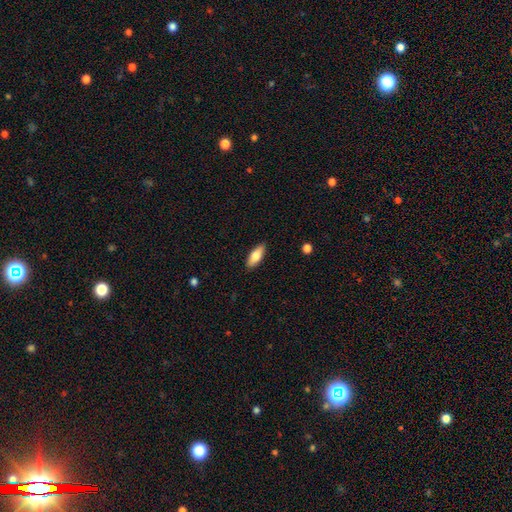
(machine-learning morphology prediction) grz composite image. It shows a smooth galaxy with no disk features (77%) that is in between round and cigar-shaped (74%). Merging: none (89%).